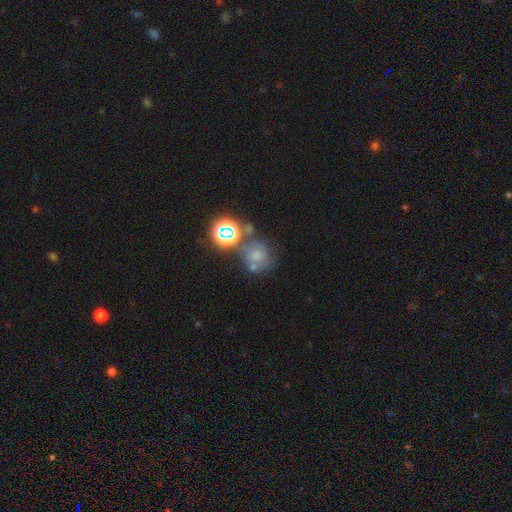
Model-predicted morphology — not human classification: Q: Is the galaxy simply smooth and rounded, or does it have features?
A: smooth — 57%.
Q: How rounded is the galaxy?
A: round — 83%.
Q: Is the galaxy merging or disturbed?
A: none — 49%.